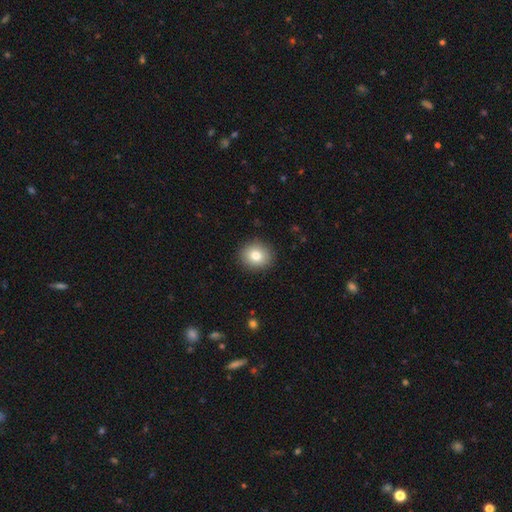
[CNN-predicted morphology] Smooth or featured? smooth (80%)
How rounded? round (73%)
Merging? none (90%)